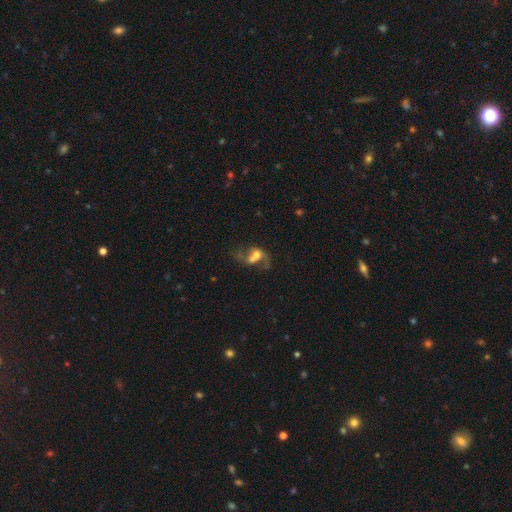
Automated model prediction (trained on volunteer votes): Smooth or featured: featured or disk — 53% (smooth — 34%)
Edge-on disk: no — 96% (yes — 4%)
Bar: no — 62% (weak — 28%)
Spiral arms: yes — 60% (no — 40%)
Bulge size: moderate — 40% (large — 23%)
Merging: merger — 48% (none — 21%)